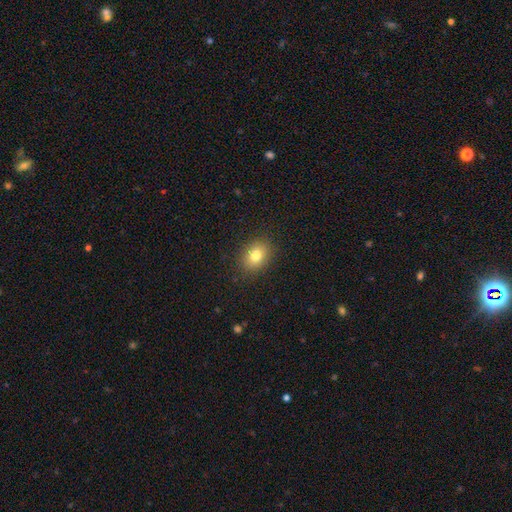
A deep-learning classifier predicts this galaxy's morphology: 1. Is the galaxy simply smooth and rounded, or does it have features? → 80% smooth, 11% star or artifact, 9% featured or disk.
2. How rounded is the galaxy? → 58% in between, 41% round, 1% cigar-shaped.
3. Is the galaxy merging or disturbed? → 88% none, 8% minor disturbance, 3% major disturbance, 1% merger.